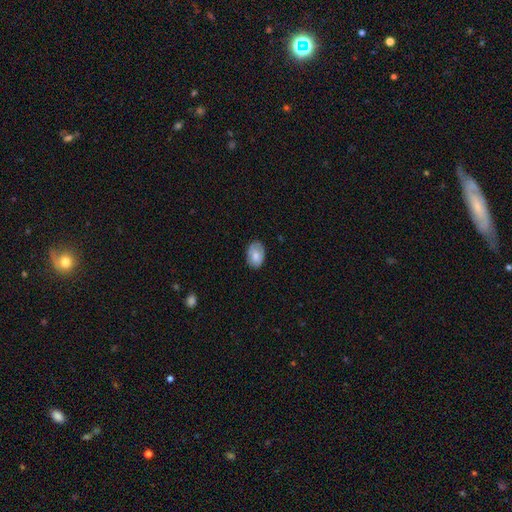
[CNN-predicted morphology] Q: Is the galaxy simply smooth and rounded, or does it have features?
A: smooth — 70%.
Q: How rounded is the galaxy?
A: in between — 85%.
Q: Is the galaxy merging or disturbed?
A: none — 79%.